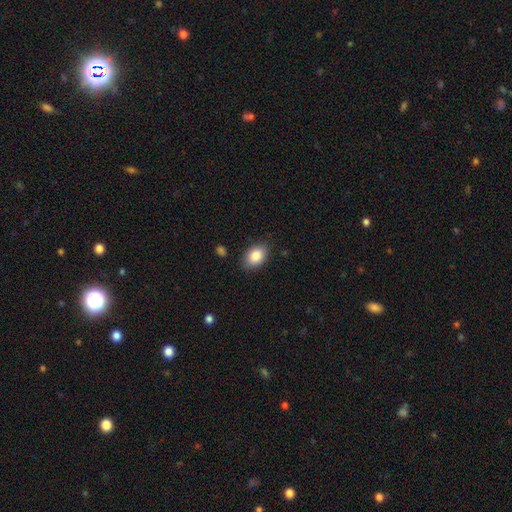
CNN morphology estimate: Smooth or featured: smooth — 85% (star or artifact — 7%)
How rounded: in between — 85% (round — 13%)
Merging: none — 84% (minor disturbance — 12%)